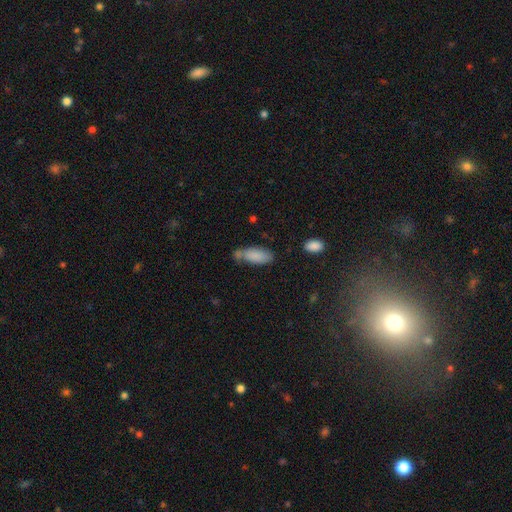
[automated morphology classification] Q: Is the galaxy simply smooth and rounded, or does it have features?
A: smooth — 85%.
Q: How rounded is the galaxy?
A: in between — 83%.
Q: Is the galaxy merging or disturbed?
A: none — 49%.